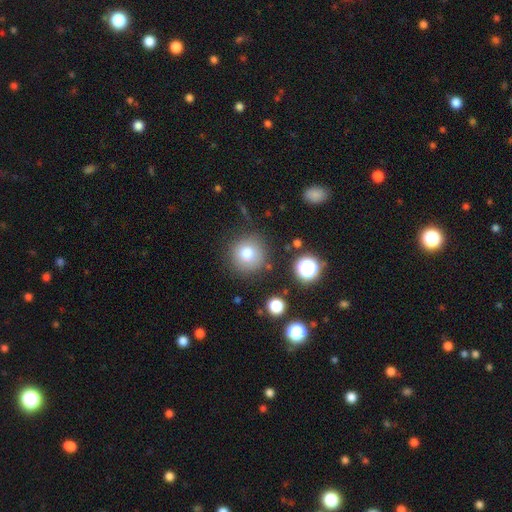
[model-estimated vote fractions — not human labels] Smooth or featured: smooth — 76% (star or artifact — 14%)
How rounded: round — 94% (in between — 5%)
Merging: none — 84% (minor disturbance — 9%)